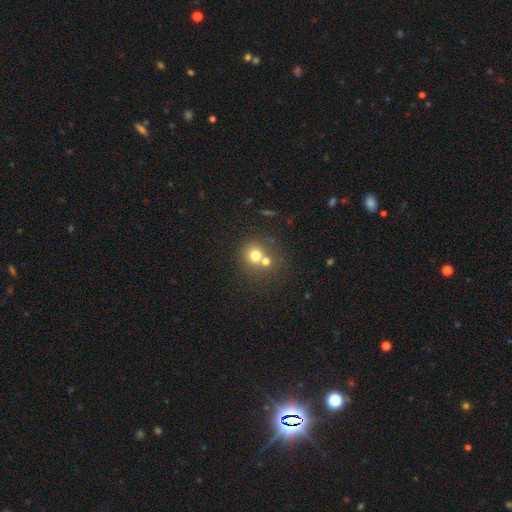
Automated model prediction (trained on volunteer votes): Smooth or featured?
  - smooth: 71% *
  - featured or disk: 16%
  - star or artifact: 13%
How rounded?
  - round: 84% *
  - in between: 15%
  - cigar-shaped: 1%
Merging?
  - merger: 50% *
  - none: 40%
  - minor disturbance: 6%
  - major disturbance: 3%